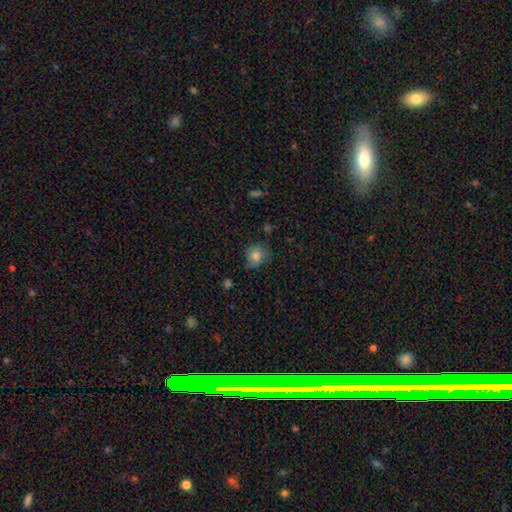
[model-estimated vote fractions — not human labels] Overall: smooth (77%). How rounded: round (80%). Merging: none (64%; minor disturbance 27%).